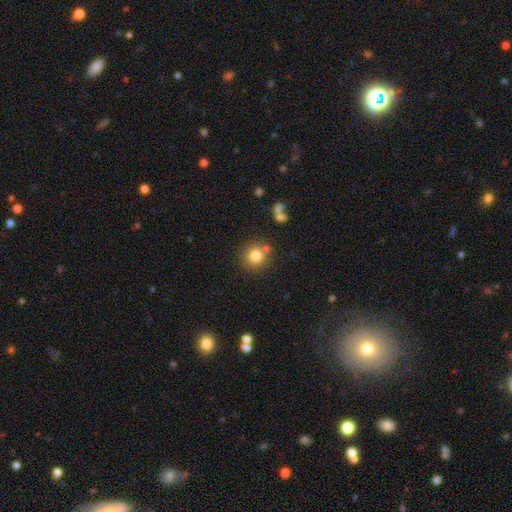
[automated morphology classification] Overall: smooth (80%). How rounded: round (91%). Merging: none (76%).